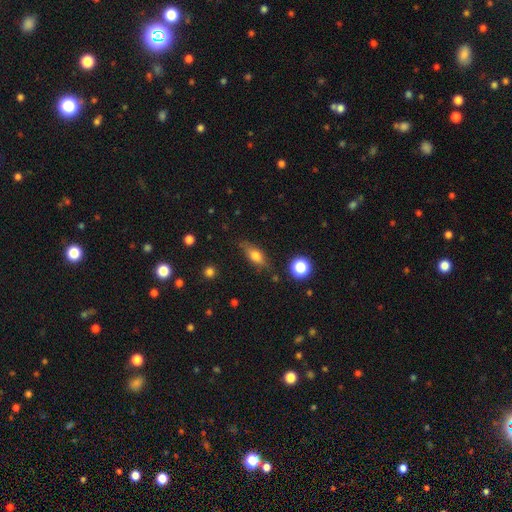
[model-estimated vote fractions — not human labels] Overall: smooth (65%; featured or disk 26%). How rounded: in between (67%). Merging: none (75%).